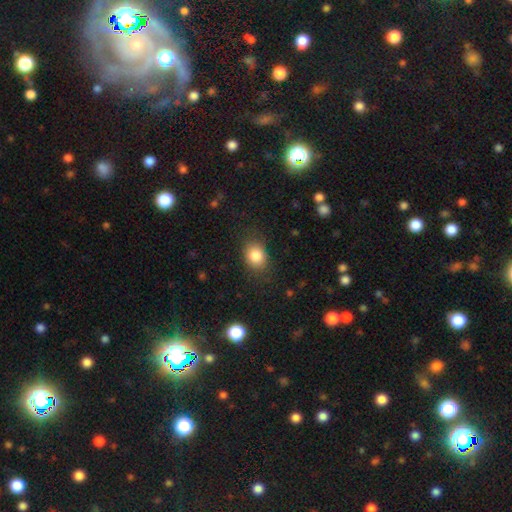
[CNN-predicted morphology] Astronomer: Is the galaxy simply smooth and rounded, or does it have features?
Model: smooth — 84%.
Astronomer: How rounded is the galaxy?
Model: in between — 57% (runner-up: round, 42%).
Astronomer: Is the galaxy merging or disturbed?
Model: none — 80%.